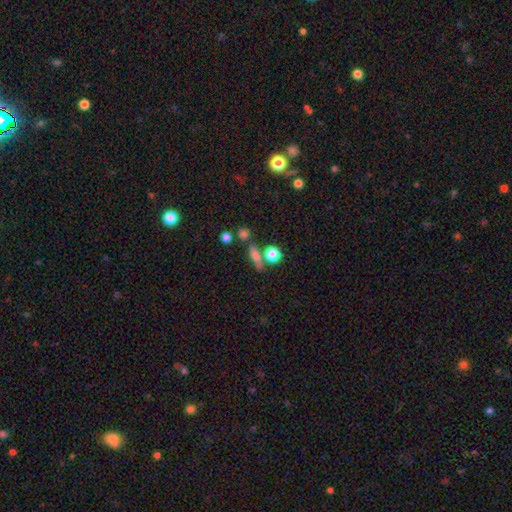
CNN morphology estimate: This appears to be a smooth galaxy with no disk features (63%) that is cigar-shaped (43%). Merging: none (66%).